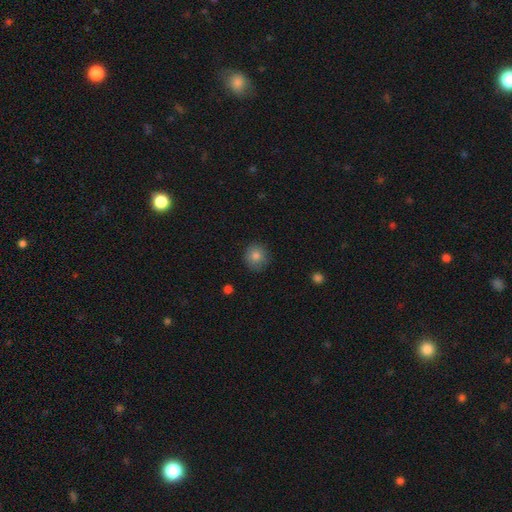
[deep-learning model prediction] Smooth or featured?
  - smooth: 83% *
  - star or artifact: 10%
  - featured or disk: 7%
How rounded?
  - round: 90% *
  - in between: 9%
  - cigar-shaped: 1%
Merging?
  - none: 87% *
  - minor disturbance: 9%
  - major disturbance: 2%
  - merger: 1%